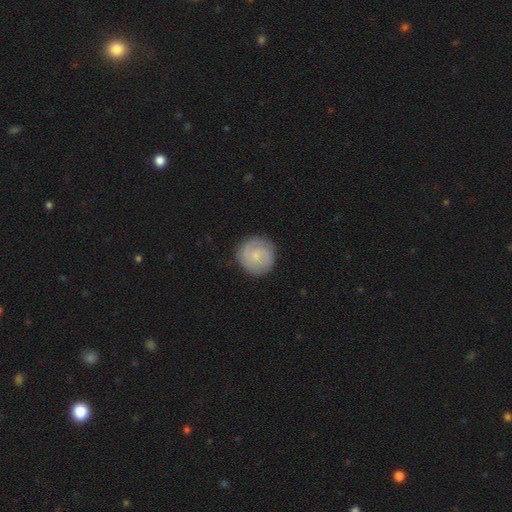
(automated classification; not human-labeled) Smooth or featured? Predicted: featured or disk (p=0.51). Edge-on disk? Predicted: no (p=0.98). Merging? Predicted: none (p=0.85).